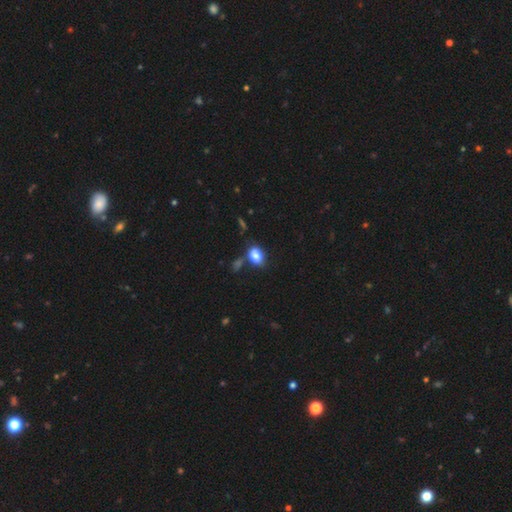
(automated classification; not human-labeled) The model was most divided on "merging": none: 67%, minor disturbance: 17%, merger: 12%, major disturbance: 5%. More confident: smooth or featured — smooth (84%); how rounded — in between (81%).